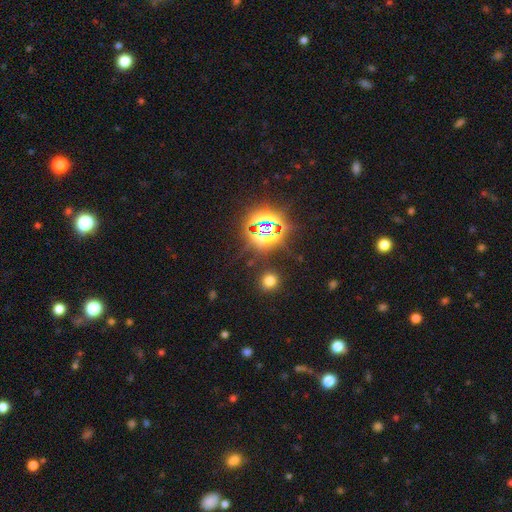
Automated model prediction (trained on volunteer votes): smooth-or-featured: star or artifact: 81% | smooth: 13% | featured or disk: 6%